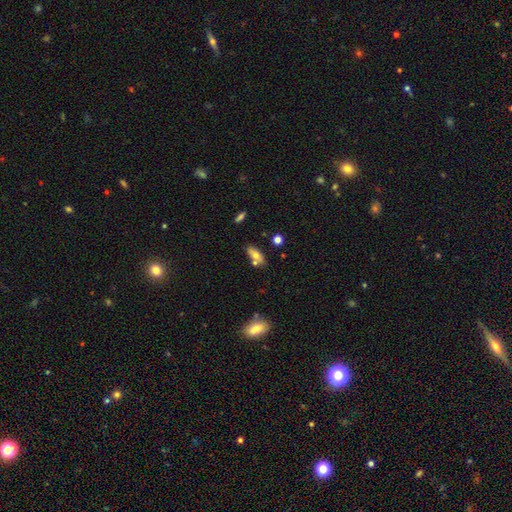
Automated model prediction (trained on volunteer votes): A smooth galaxy with no disk features (65%) that is in between round and cigar-shaped (79%).

Vote fractions:
- Smooth or featured? smooth: 65% / featured or disk: 26% / star or artifact: 9%
- How rounded? in between: 79% / cigar-shaped: 16% / round: 5%
- Merging? none: 65% / merger: 18% / minor disturbance: 14% / major disturbance: 4%